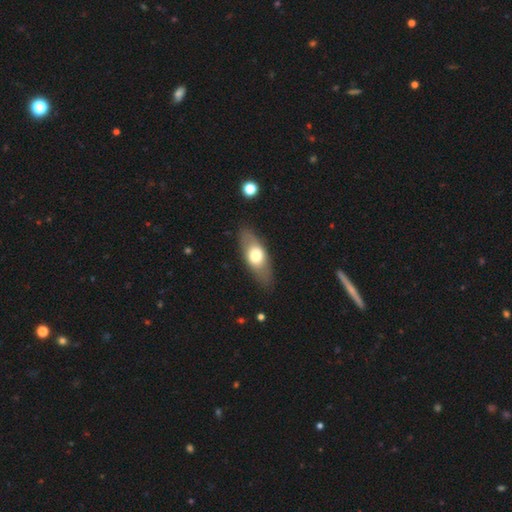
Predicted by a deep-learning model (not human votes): Morphology: type=smooth (60%); roundness=in between (73%); merging=none (84%).